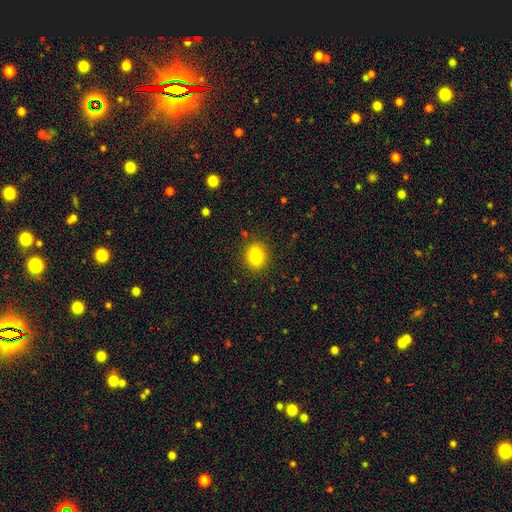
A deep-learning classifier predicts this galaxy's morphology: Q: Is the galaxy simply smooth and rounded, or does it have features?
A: smooth — 83%.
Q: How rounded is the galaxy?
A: round — 60%.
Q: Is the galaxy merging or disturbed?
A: none — 89%.